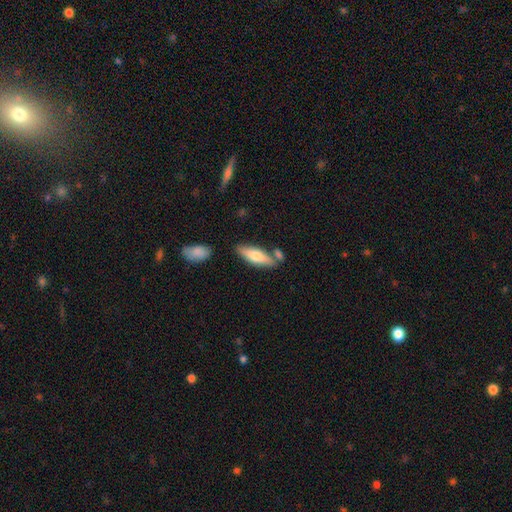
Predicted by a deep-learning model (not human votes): Overall: smooth (68%). How rounded: cigar-shaped (49%, tied with in between). Merging: none (71%).